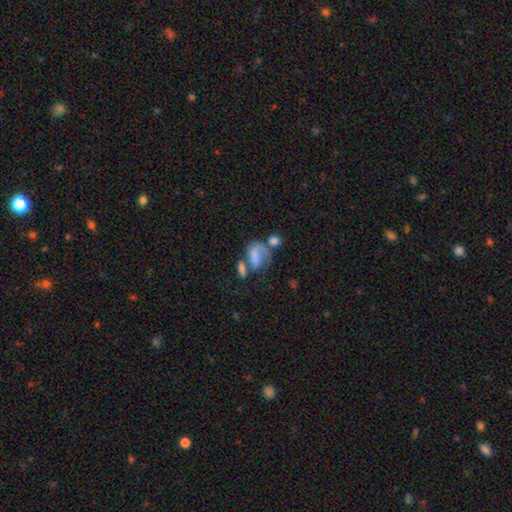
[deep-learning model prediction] Morphology: type=smooth (60%); roundness=in between (74%); merging=merger (37%).